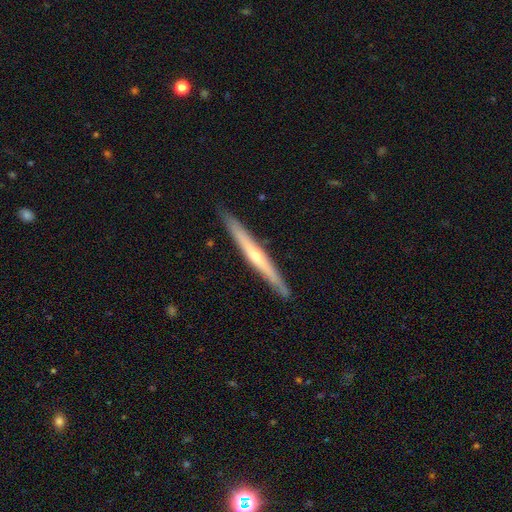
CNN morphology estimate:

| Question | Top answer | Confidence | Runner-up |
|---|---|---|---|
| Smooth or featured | featured or disk | 67% | smooth (27%) |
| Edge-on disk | yes | 96% | no (4%) |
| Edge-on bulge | rounded | 65% | none (32%) |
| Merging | none | 90% | minor disturbance (7%) |